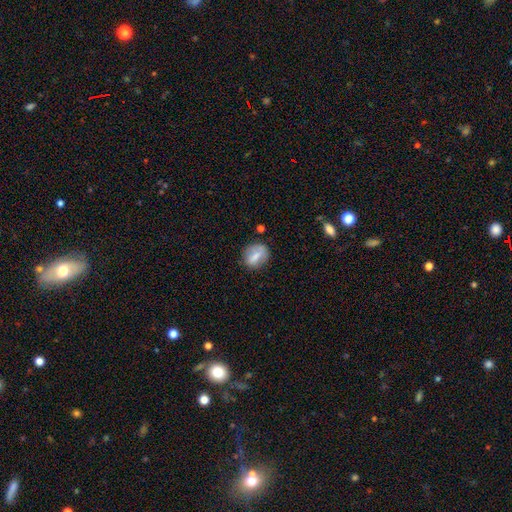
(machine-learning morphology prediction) Smooth or featured: smooth — 68% (featured or disk — 23%)
How rounded: in between — 58% (round — 38%)
Merging: none — 69% (minor disturbance — 21%)